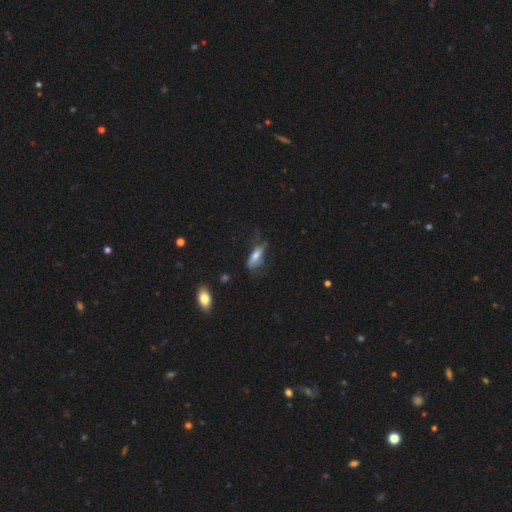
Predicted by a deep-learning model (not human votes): This is likely a smooth galaxy (66%). How rounded: likely in between (74%). Merging: marginally none (44%).